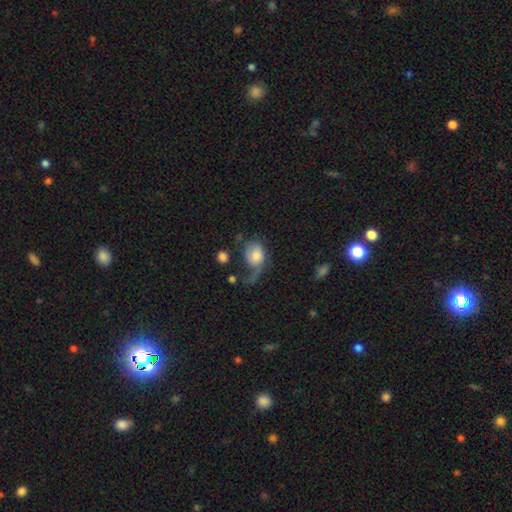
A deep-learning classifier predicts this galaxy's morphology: smooth_or_featured: smooth (p=0.59) [alt: featured or disk p=0.33]
how_rounded: in between (p=0.61) [alt: round p=0.38]
merging: major disturbance (p=0.52) [alt: none p=0.22]